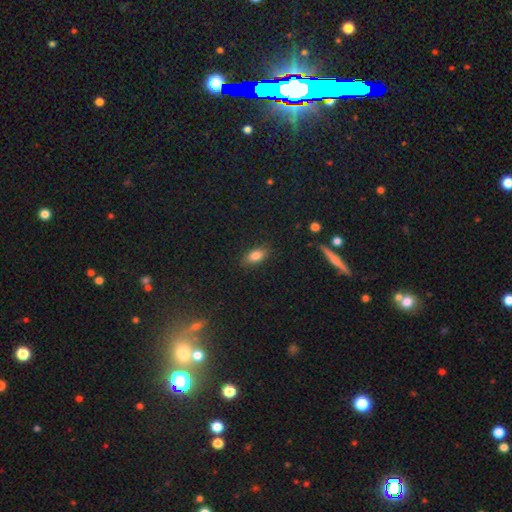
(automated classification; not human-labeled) Q: Smooth or featured?
A: smooth (82%); runner-up: star or artifact (10%)
Q: How rounded?
A: in between (86%); runner-up: cigar-shaped (8%)
Q: Merging?
A: none (85%); runner-up: minor disturbance (11%)